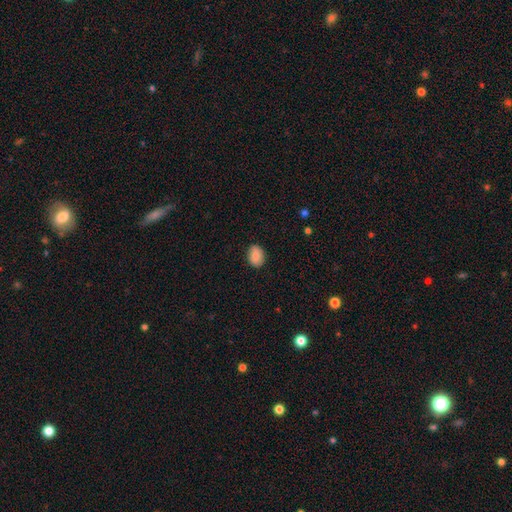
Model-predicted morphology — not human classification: The model was most divided on "how rounded": in between: 65%, round: 34%, cigar-shaped: 1%. More confident: merging — none (87%); smooth or featured — smooth (84%).